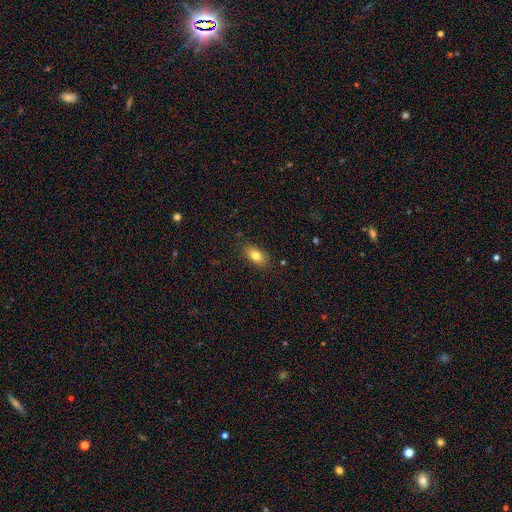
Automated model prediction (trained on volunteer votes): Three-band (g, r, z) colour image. It shows a smooth galaxy with no disk features (82%) that is in between round and cigar-shaped (90%). Merging: none (86%).